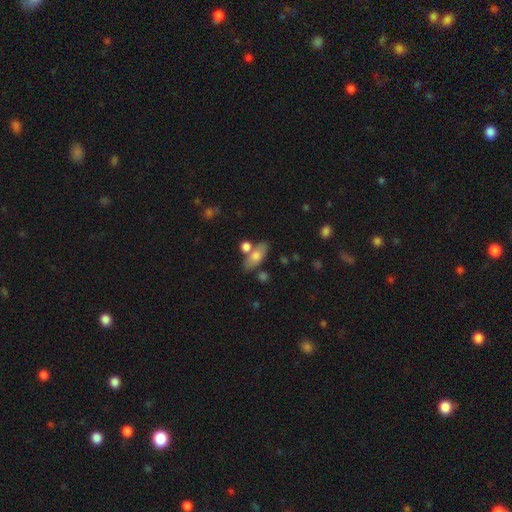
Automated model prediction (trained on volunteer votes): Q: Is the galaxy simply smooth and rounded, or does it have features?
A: smooth — 69%.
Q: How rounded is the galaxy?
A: in between — 78%.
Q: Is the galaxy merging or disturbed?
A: none — 59%.